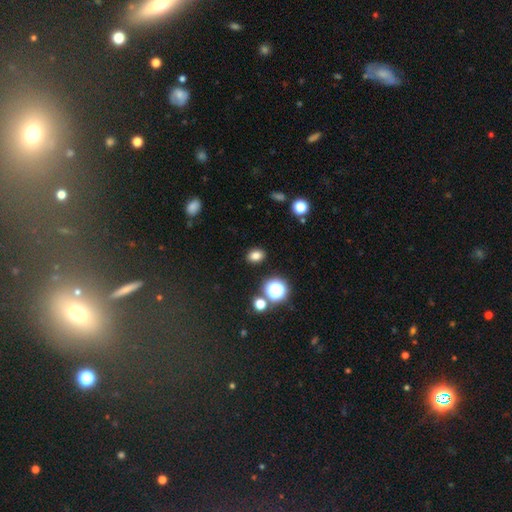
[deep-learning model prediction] Overall: smooth (79%). How rounded: in between (69%; round 30%). Merging: none (88%).